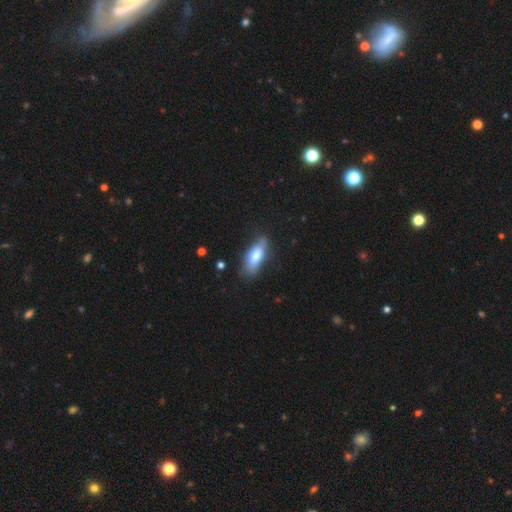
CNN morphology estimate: Smooth or featured: smooth — 70% (featured or disk — 24%)
How rounded: in between — 71% (cigar-shaped — 26%)
Merging: none — 70% (minor disturbance — 23%)